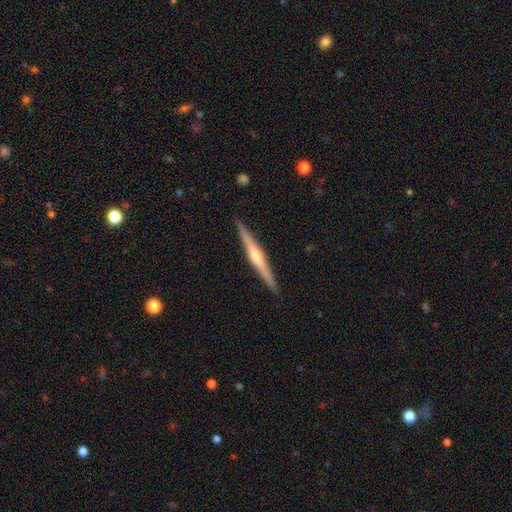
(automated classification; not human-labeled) This is likely a featured or disk galaxy (70%). It is clearly viewed edge-on (98%). Edge-on bulge: likely rounded (77%). Merging: clearly none (92%).